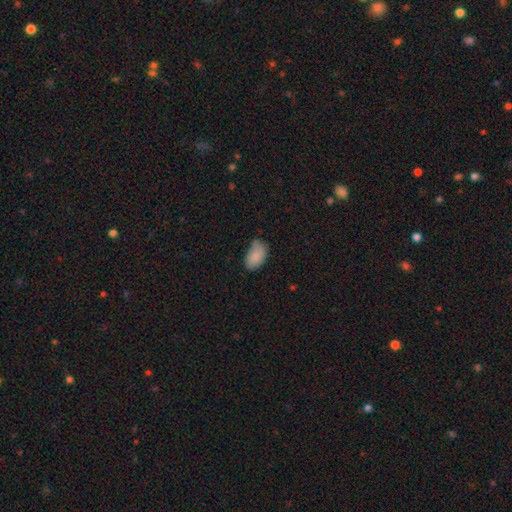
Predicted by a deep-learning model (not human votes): Morphology: type=smooth (86%); roundness=in between (93%); merging=none (55%).